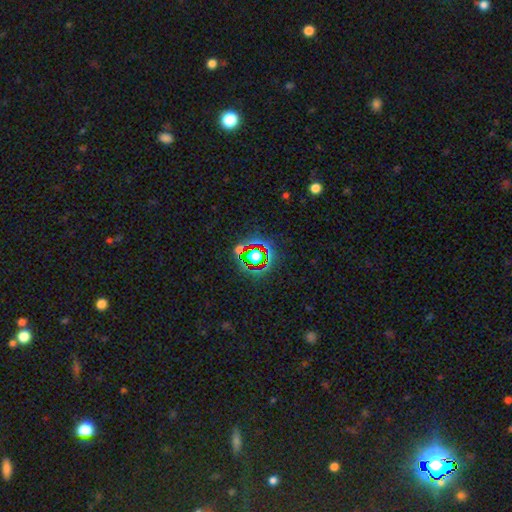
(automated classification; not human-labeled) Smooth or featured? star or artifact (66%)